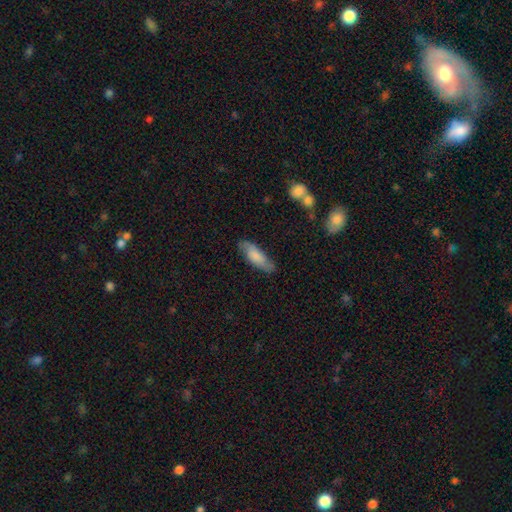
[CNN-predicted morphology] type=smooth (73%); roundness=in between (57%); merging=none (75%).